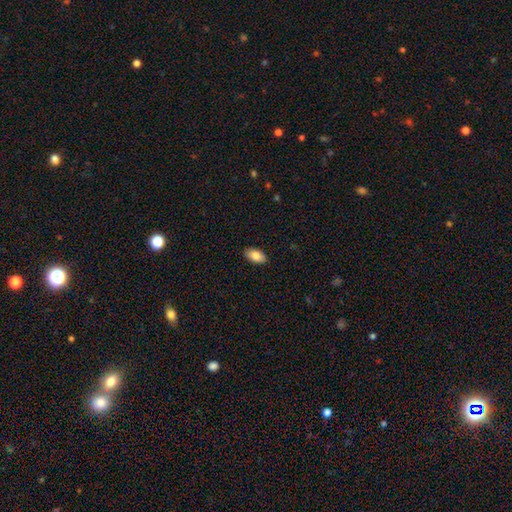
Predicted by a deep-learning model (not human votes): Smooth or featured?
  - smooth: 85% *
  - featured or disk: 8%
  - star or artifact: 7%
How rounded?
  - in between: 94% *
  - round: 3%
  - cigar-shaped: 3%
Merging?
  - none: 90% *
  - minor disturbance: 8%
  - major disturbance: 2%
  - merger: 1%